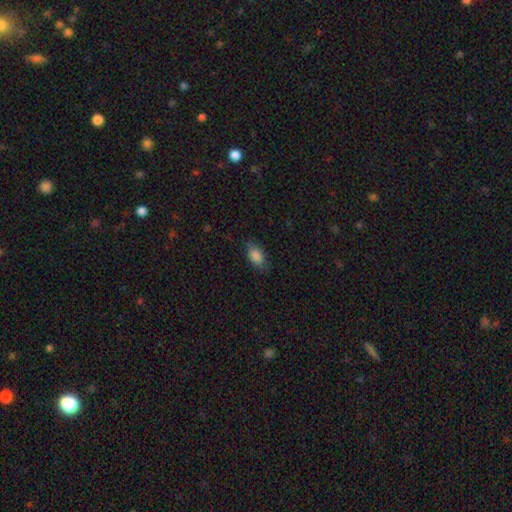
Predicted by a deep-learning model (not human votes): smooth-or-featured: smooth: 85% | star or artifact: 8% | featured or disk: 6%
  how-rounded: in between: 89% | round: 6% | cigar-shaped: 5%
  merging: none: 75% | minor disturbance: 19% | major disturbance: 5% | merger: 1%